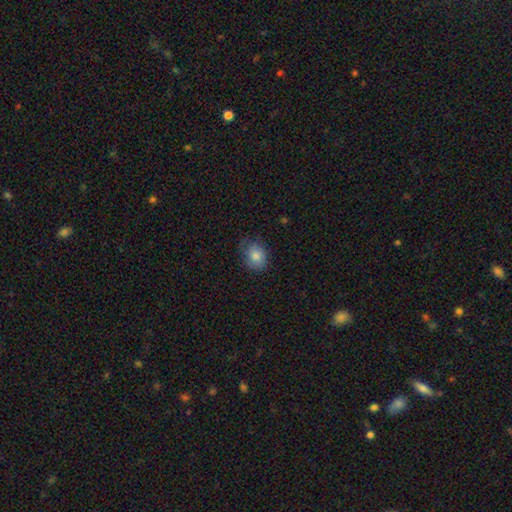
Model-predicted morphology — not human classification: Smooth or featured?
  - smooth: 82% *
  - featured or disk: 9%
  - star or artifact: 9%
How rounded?
  - round: 50% *
  - in between: 49%
  - cigar-shaped: 1%
Merging?
  - none: 68% *
  - minor disturbance: 25%
  - major disturbance: 6%
  - merger: 1%